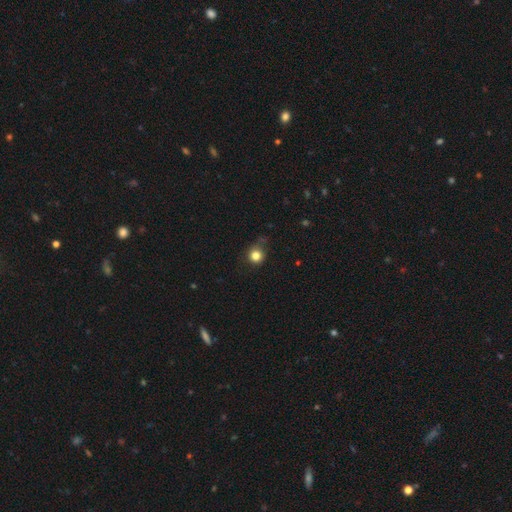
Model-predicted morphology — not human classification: smooth-or-featured: smooth: 82% | star or artifact: 12% | featured or disk: 6%
  how-rounded: round: 90% | in between: 9% | cigar-shaped: 1%
  merging: none: 65% | minor disturbance: 24% | major disturbance: 9% | merger: 3%